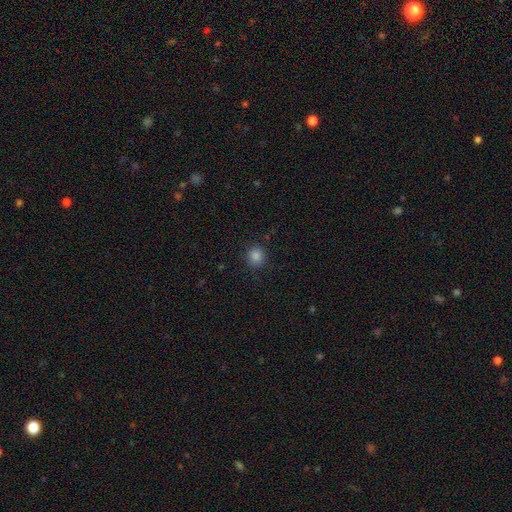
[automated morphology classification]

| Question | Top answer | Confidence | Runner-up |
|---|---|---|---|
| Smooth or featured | smooth | 84% | star or artifact (13%) |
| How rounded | round | 86% | in between (13%) |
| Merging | none | 88% | minor disturbance (9%) |